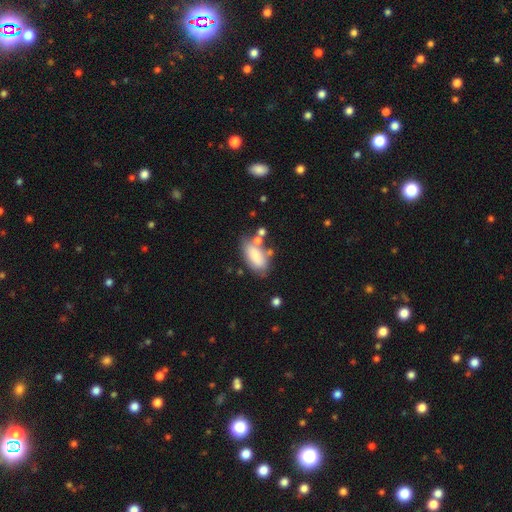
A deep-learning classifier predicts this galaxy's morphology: This is likely a smooth galaxy (76%). How rounded: clearly in between (90%). Merging: possibly none (55%).